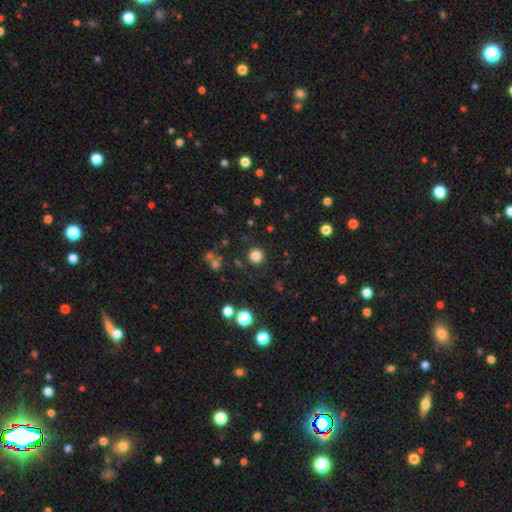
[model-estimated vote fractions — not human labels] smooth_or_featured: smooth (p=0.81) [alt: star or artifact p=0.14]
how_rounded: round (p=0.95) [alt: in between p=0.04]
merging: none (p=0.88) [alt: minor disturbance p=0.06]